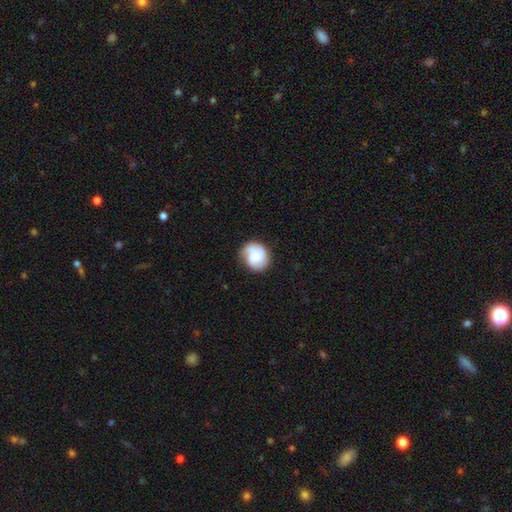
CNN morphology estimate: The model was most divided on "smooth or featured": smooth: 51%, featured or disk: 41%, star or artifact: 8%. More confident: how rounded — round (75%); merging — none (68%).